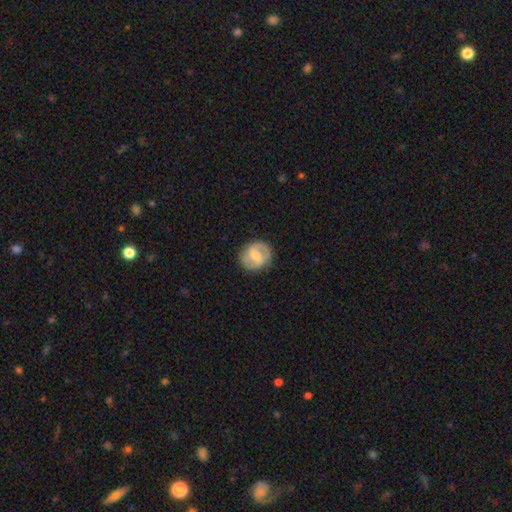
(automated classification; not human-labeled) The model was most divided on "bar": weak: 43%, strong: 41%, no: 15%. Remaining: edge-on disk — no (97%); merging — none (81%); spiral arms — yes (69%); smooth or featured — featured or disk (61%); bulge size — moderate (48%).